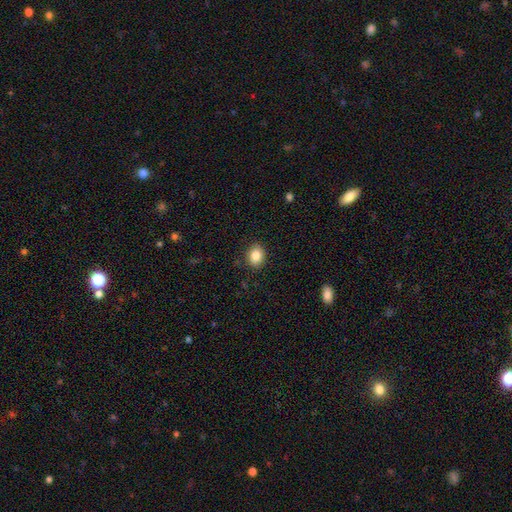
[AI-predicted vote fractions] smooth 87%, star or artifact 9%, featured or disk 5%. Down the decision tree: how rounded — in between (51%); merging — none (87%).